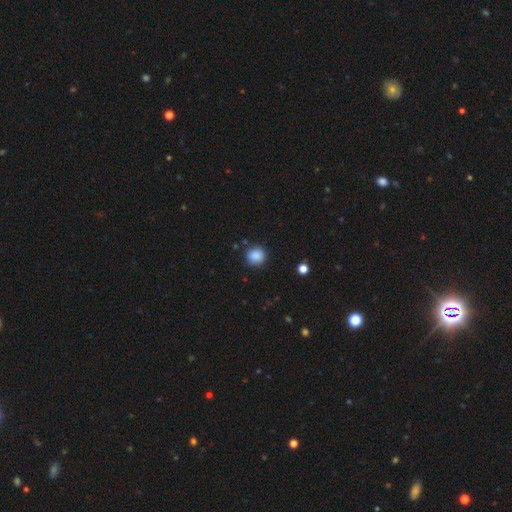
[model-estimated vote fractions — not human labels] Smooth or featured? smooth (86%)
How rounded? round (84%)
Merging? none (85%)